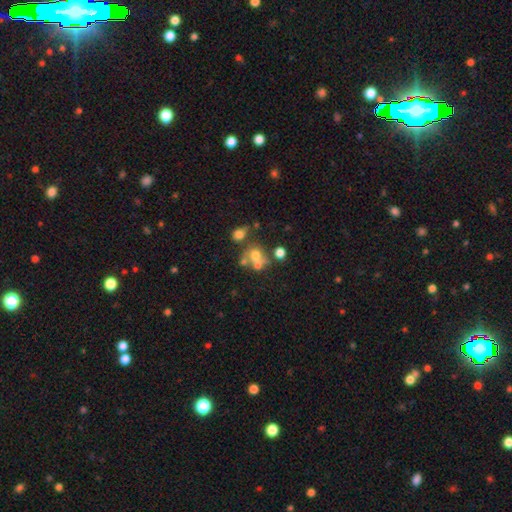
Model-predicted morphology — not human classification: Smooth or featured?
  - smooth: 57% *
  - featured or disk: 26%
  - star or artifact: 17%
How rounded?
  - round: 74% *
  - in between: 25%
  - cigar-shaped: 1%
Merging?
  - merger: 44% *
  - none: 38%
  - minor disturbance: 10%
  - major disturbance: 8%